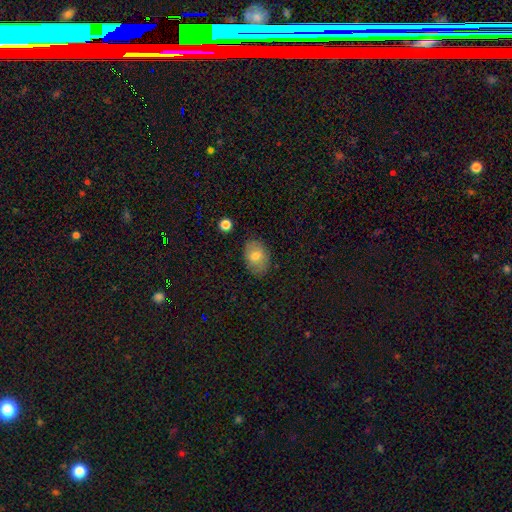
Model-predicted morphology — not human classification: smooth_or_featured: smooth (p=0.74) [alt: featured or disk p=0.17]
how_rounded: in between (p=0.83) [alt: round p=0.15]
merging: none (p=0.83) [alt: minor disturbance p=0.13]